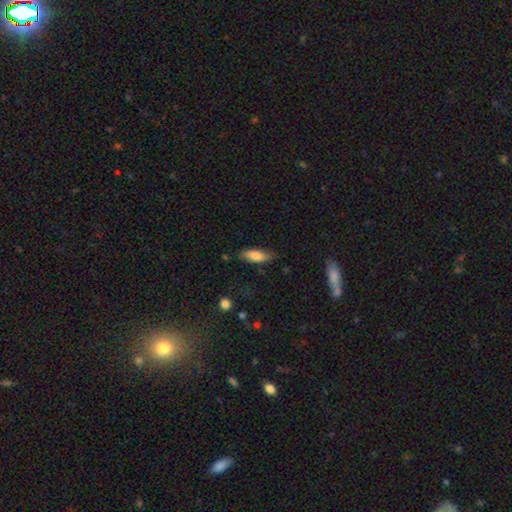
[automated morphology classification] A smooth galaxy with no disk features (80%) that is in between round and cigar-shaped (70%).

Vote fractions:
- Smooth or featured? smooth: 80% / featured or disk: 14% / star or artifact: 6%
- How rounded? in between: 70% / cigar-shaped: 28% / round: 2%
- Merging? none: 74% / minor disturbance: 20% / major disturbance: 4% / merger: 2%